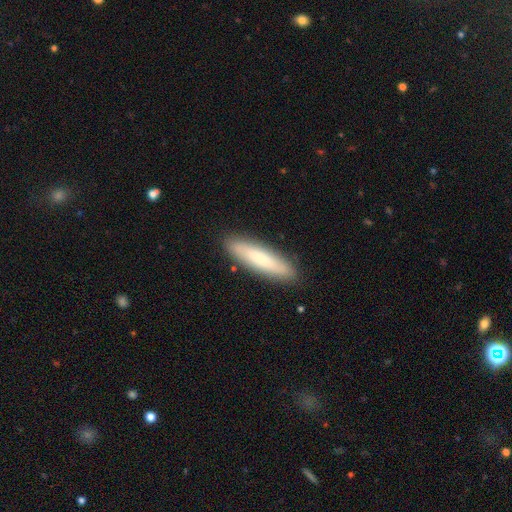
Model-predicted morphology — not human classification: Smooth or featured: smooth — 74% (featured or disk — 20%)
How rounded: cigar-shaped — 77% (in between — 21%)
Merging: none — 89% (minor disturbance — 8%)